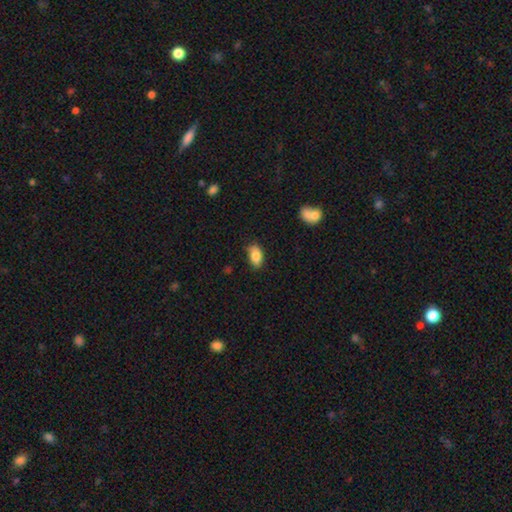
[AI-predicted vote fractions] This is clearly a smooth galaxy (85%). How rounded: clearly in between (92%). Merging: likely none (75%).